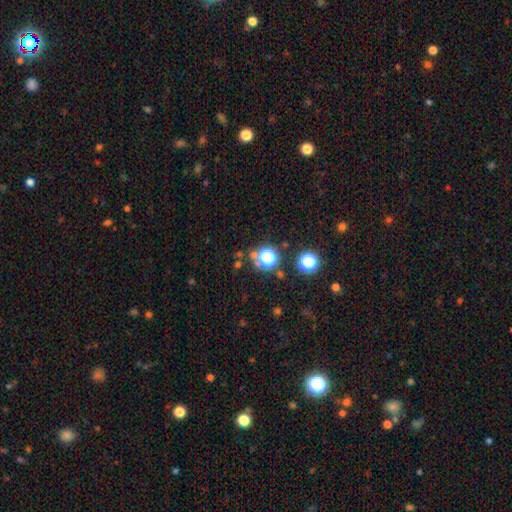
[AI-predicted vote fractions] This appears to be a star or artifact, not a galaxy (62%).